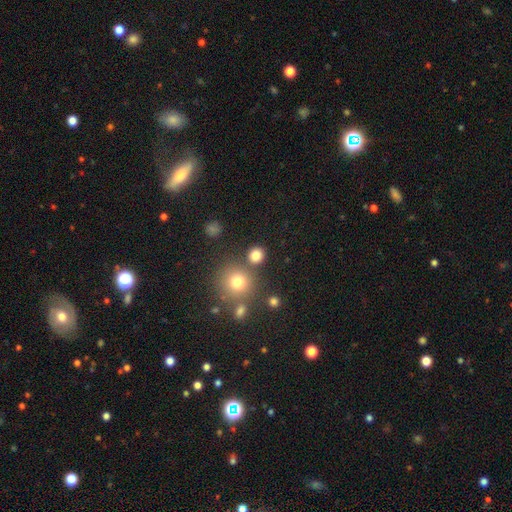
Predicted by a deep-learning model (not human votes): Smooth or featured: smooth — 79% (star or artifact — 15%)
How rounded: round — 88% (in between — 11%)
Merging: none — 78% (merger — 10%)